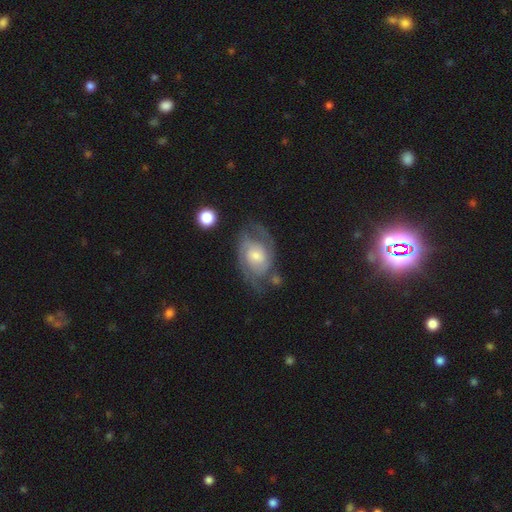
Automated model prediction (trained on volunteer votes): Overall: featured or disk (79%). Edge-on disk: no (96%). Bar: no (62%; weak 32%). Spiral arms: yes (92%). Spiral arm count: 2 (63%). Spiral winding: medium (43%; tight 42%). Bulge size: moderate (46%; small 42%). Merging: none (59%; minor disturbance 22%).